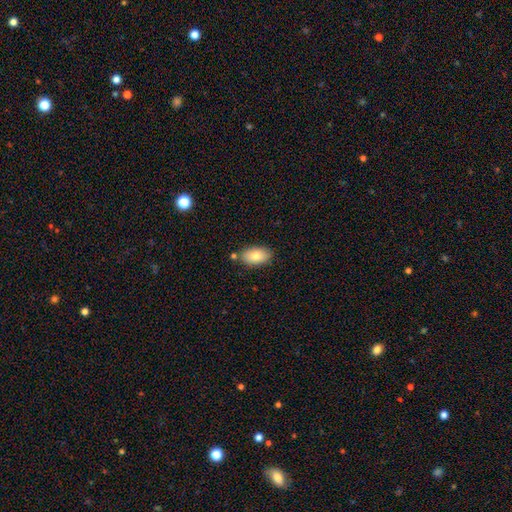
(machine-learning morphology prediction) Smooth or featured? smooth (81%)
How rounded? in between (93%)
Merging? none (79%)